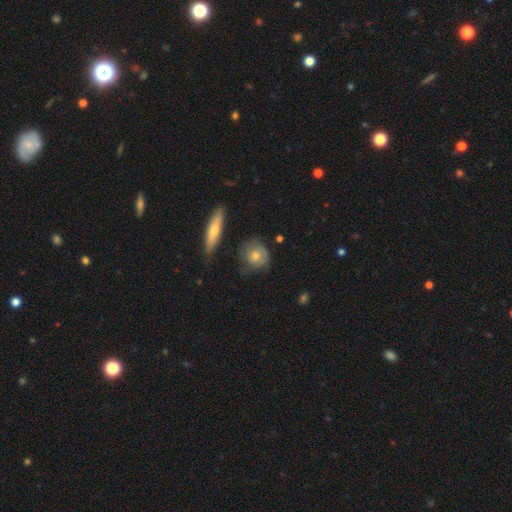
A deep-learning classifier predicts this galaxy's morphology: Smooth or featured? smooth (58%)
How rounded? round (76%)
Merging? none (66%)